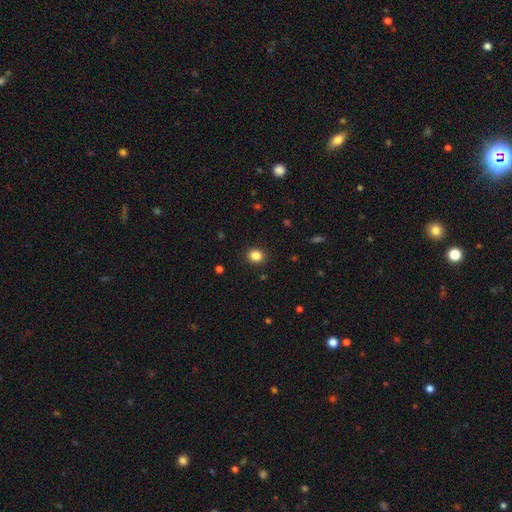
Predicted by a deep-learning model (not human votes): The model was most divided on "how rounded": round: 65%, in between: 34%, cigar-shaped: 1%. More confident: merging — none (91%); smooth or featured — smooth (85%).